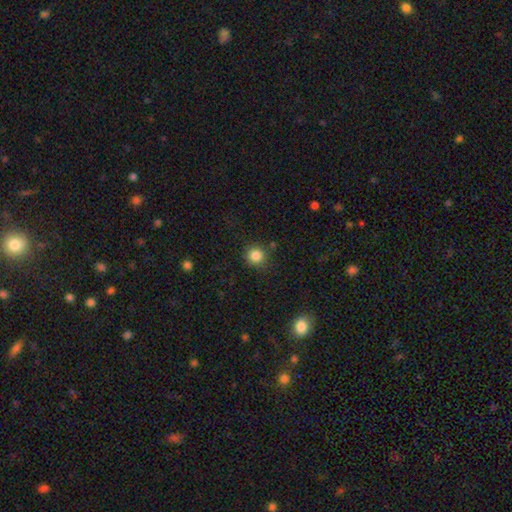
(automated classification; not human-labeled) This is clearly a smooth galaxy (84%). How rounded: clearly round (93%). Merging: clearly none (86%).